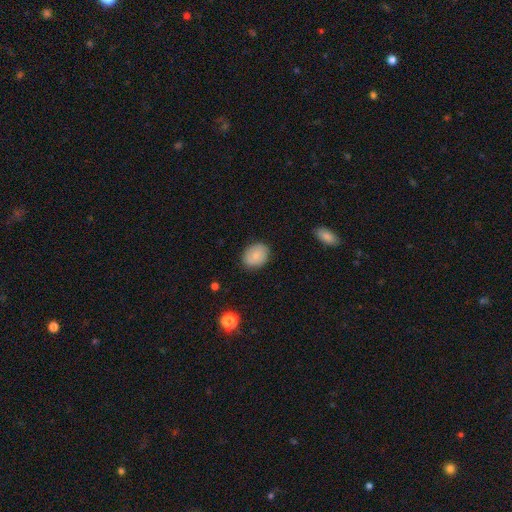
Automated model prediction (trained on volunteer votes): smooth-or-featured: smooth: 79% | featured or disk: 14% | star or artifact: 8%
  how-rounded: in between: 54% | round: 45% | cigar-shaped: 1%
  merging: none: 84% | minor disturbance: 12% | major disturbance: 3% | merger: 1%